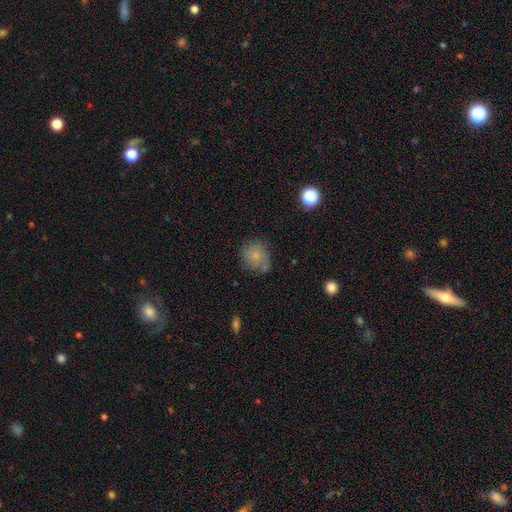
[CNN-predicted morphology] type=smooth (65%); roundness=round (80%); merging=none (62%).